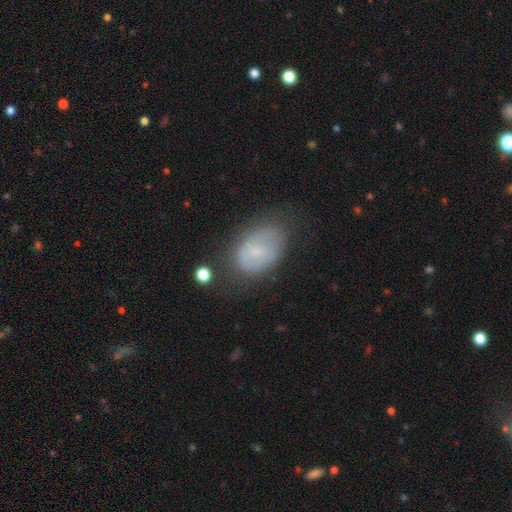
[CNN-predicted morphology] type=smooth (64%); roundness=in between (81%); merging=none (50%).